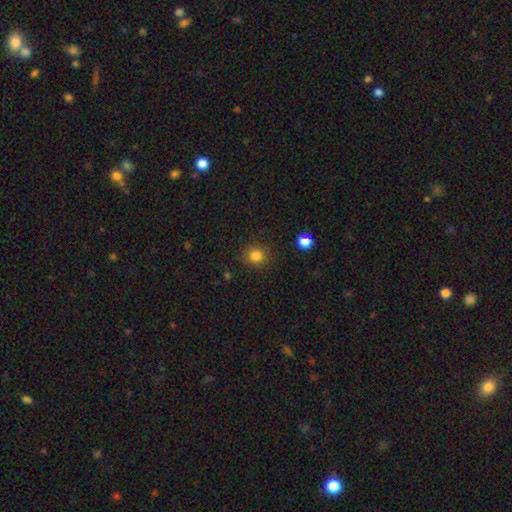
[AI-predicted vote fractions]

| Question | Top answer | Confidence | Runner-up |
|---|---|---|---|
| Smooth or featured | smooth | 83% | star or artifact (13%) |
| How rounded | round | 86% | in between (13%) |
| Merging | none | 88% | minor disturbance (8%) |